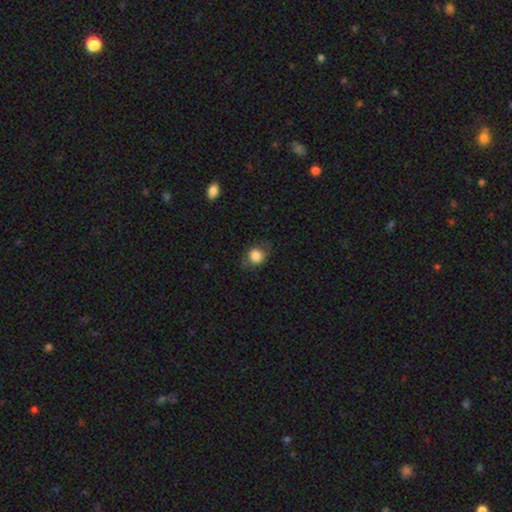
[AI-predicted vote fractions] smooth 81%, featured or disk 10%, star or artifact 9%. Down the decision tree: how rounded — round (69%); merging — none (75%).